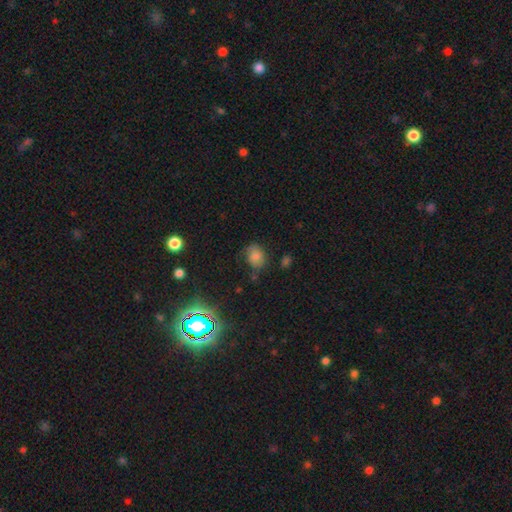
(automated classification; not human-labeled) A smooth galaxy with no disk features (72%) that is in between round and cigar-shaped (51%).

Vote fractions:
- Smooth or featured? smooth: 72% / star or artifact: 17% / featured or disk: 11%
- How rounded? in between: 51% / round: 48% / cigar-shaped: 1%
- Merging? none: 58% / minor disturbance: 28% / major disturbance: 10% / merger: 4%